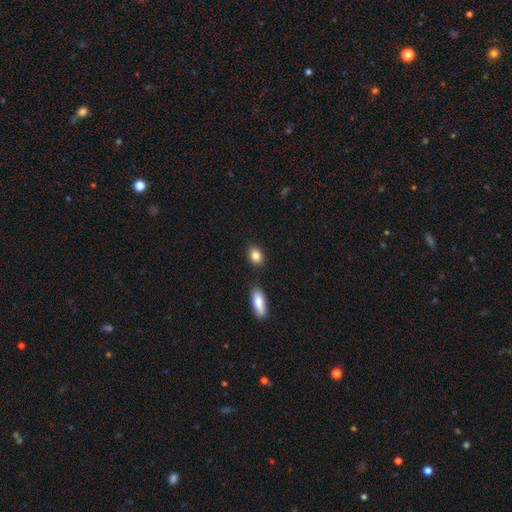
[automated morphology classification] A smooth galaxy with no disk features (85%) that is in between round and cigar-shaped (68%). Merging: none (80%).